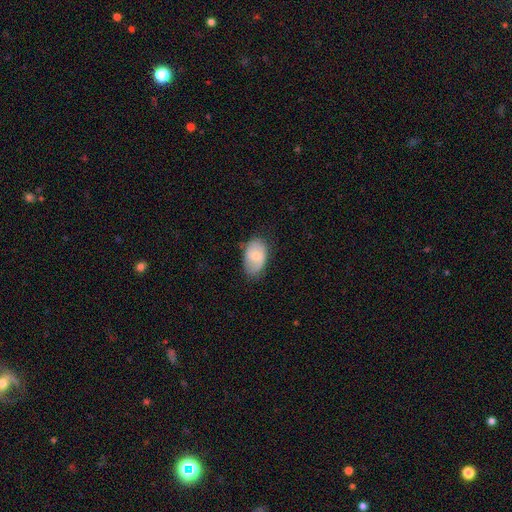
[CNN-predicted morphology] Overall: smooth (69%). How rounded: in between (90%). Merging: none (68%).